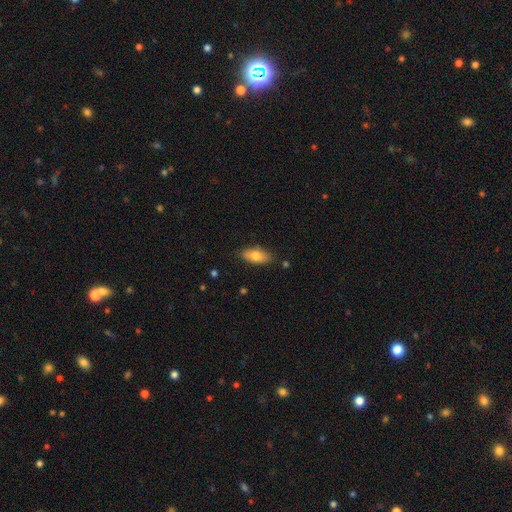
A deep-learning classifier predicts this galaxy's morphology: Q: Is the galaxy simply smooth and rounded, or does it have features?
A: smooth — 76%.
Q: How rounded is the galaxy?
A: in between — 84%.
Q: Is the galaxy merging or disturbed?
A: none — 83%.